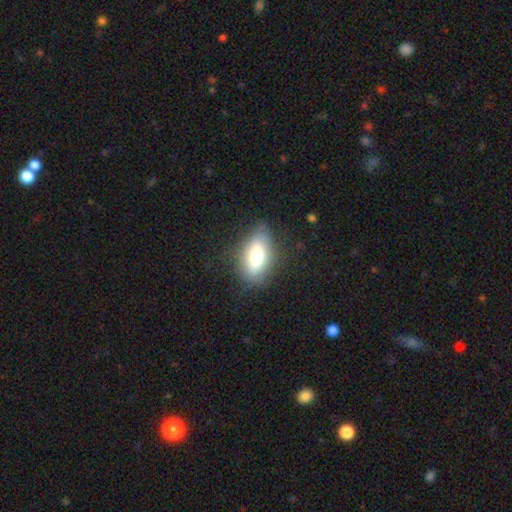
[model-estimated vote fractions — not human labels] A smooth galaxy with no disk features (72%) that is in between round and cigar-shaped (83%).

Vote fractions:
- Smooth or featured? smooth: 72% / featured or disk: 20% / star or artifact: 8%
- How rounded? in between: 83% / cigar-shaped: 12% / round: 6%
- Merging? none: 73% / minor disturbance: 19% / major disturbance: 7% / merger: 1%